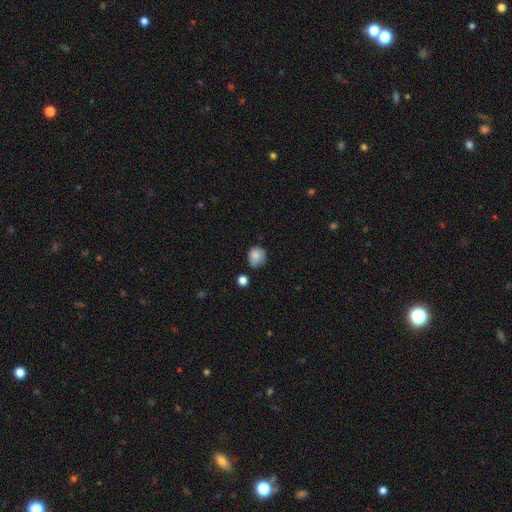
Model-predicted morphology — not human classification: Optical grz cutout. It shows a smooth galaxy with no disk features (79%) that is round (72%). Merging: none (56%).